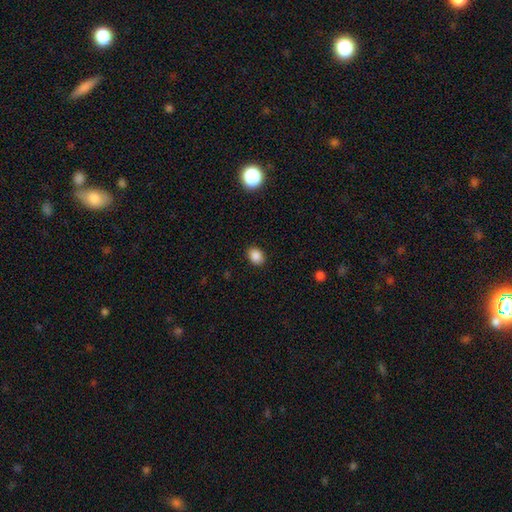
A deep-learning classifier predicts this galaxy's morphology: A smooth galaxy with no disk features (87%) that is in between round and cigar-shaped (64%).

Vote fractions:
- Smooth or featured? smooth: 87% / star or artifact: 10% / featured or disk: 3%
- How rounded? in between: 64% / round: 35% / cigar-shaped: 1%
- Merging? none: 89% / minor disturbance: 7% / major disturbance: 2% / merger: 1%